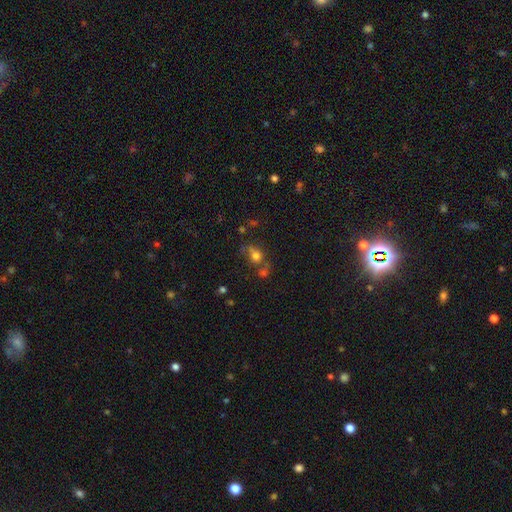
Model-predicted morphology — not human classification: smooth 65%, featured or disk 18%, star or artifact 17%. Down the decision tree: how rounded — round (57%); merging — none (40%).